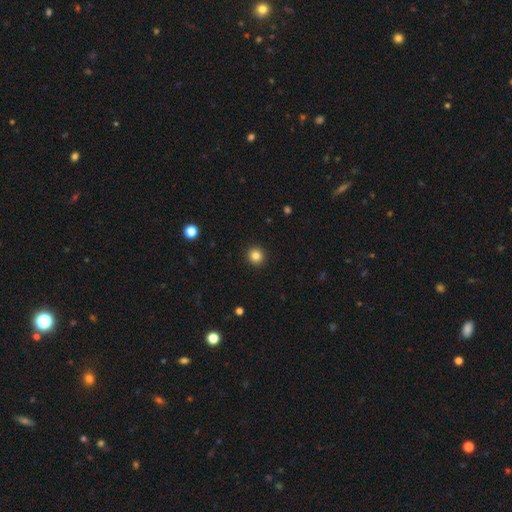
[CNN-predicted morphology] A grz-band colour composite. It shows a smooth galaxy with no disk features (84%) that is round (94%). Merging: none (93%).